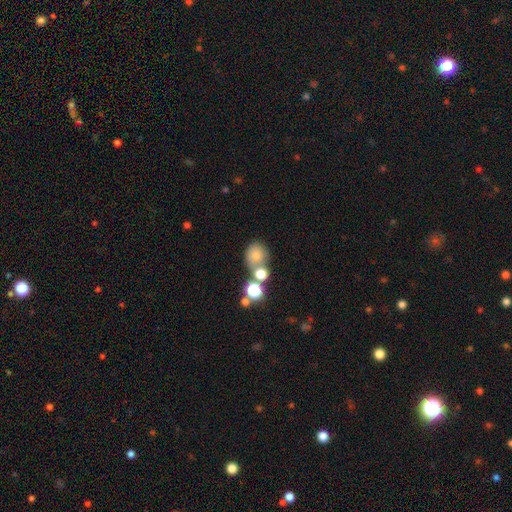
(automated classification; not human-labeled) This is likely a smooth galaxy (72%). How rounded: likely round (73%). Merging: possibly none (46%).